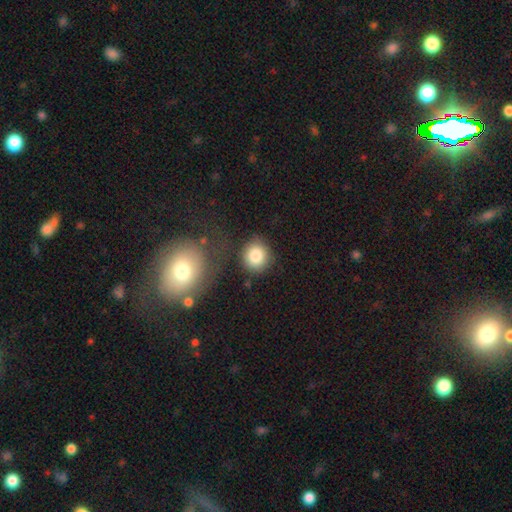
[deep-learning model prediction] A smooth galaxy with no disk features (85%) that is round (86%). Merging: none (77%).